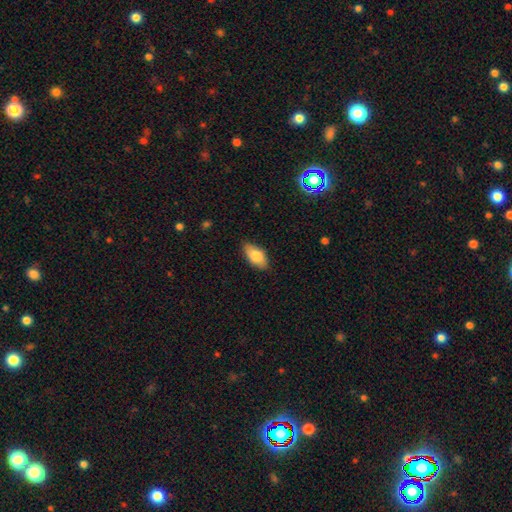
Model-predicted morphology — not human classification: This appears to be a smooth galaxy with no disk features (82%) that is in between round and cigar-shaped (92%). Merging: none (83%).